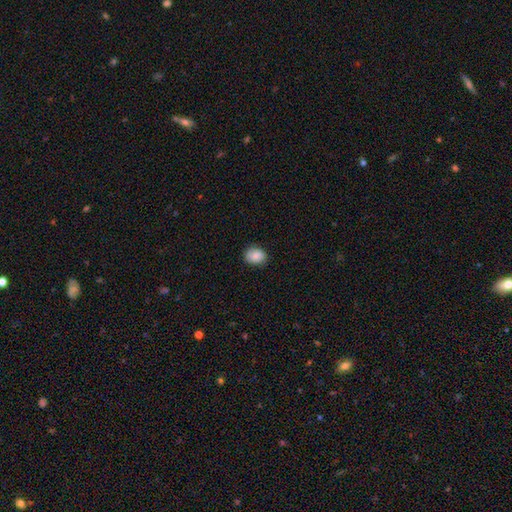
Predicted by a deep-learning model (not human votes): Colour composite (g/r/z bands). It shows a smooth galaxy with no disk features (84%) that is round (56%). Merging: none (83%).